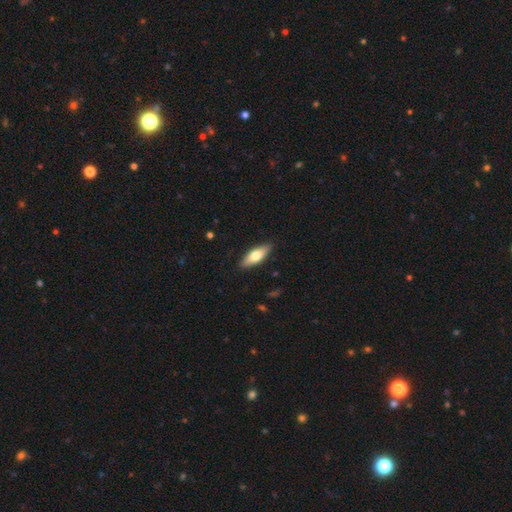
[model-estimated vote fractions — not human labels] Overall: smooth (65%; featured or disk 29%). How rounded: in between (63%; cigar-shaped 35%). Merging: none (88%).